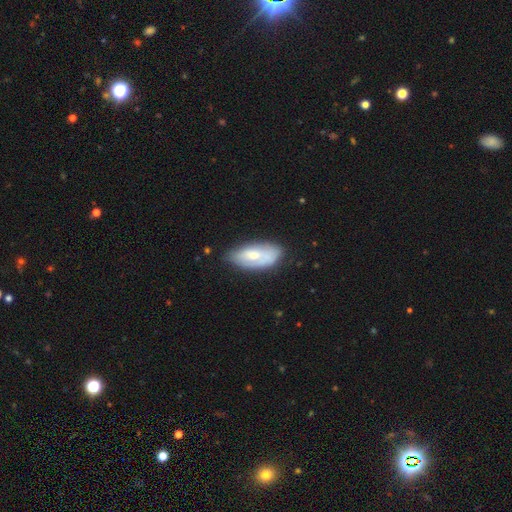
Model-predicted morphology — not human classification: The model was most divided on "smooth or featured": smooth: 52%, featured or disk: 41%, star or artifact: 6%. More confident: how rounded — in between (89%); merging — none (62%).